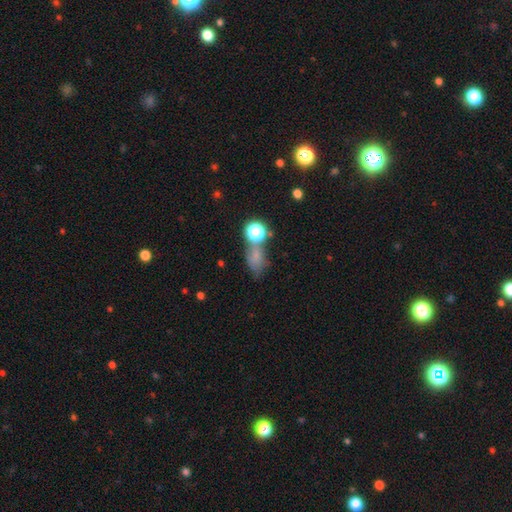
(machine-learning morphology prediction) The model was most divided on "merging": none: 44%, merger: 21%, minor disturbance: 20%, major disturbance: 15%. More confident: how rounded — in between (63%); smooth or featured — smooth (60%).